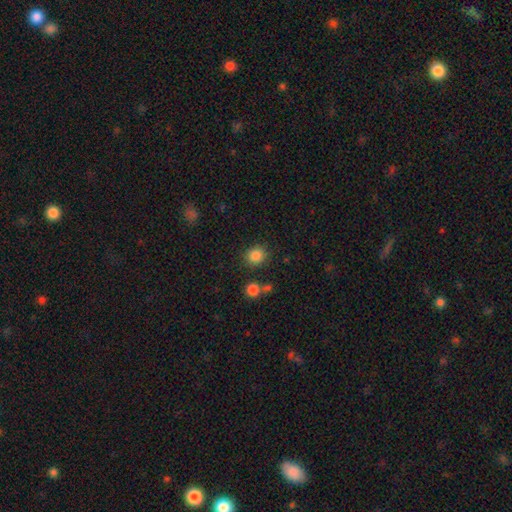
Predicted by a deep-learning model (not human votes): A smooth galaxy with no disk features (84%) that is round (83%). Merging: none (83%).